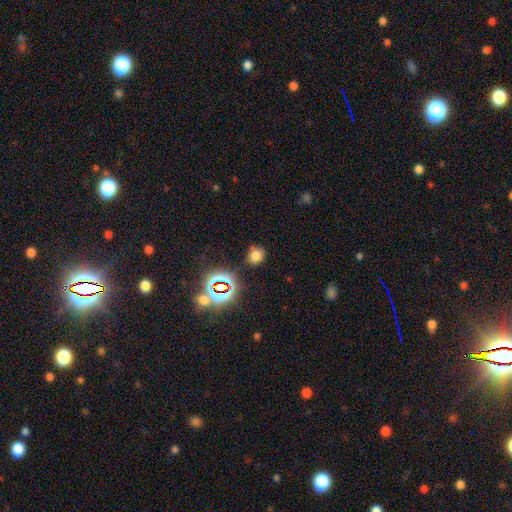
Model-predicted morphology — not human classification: This appears to be a smooth galaxy with no disk features (68%) that is round (77%). Merging: none (77%).